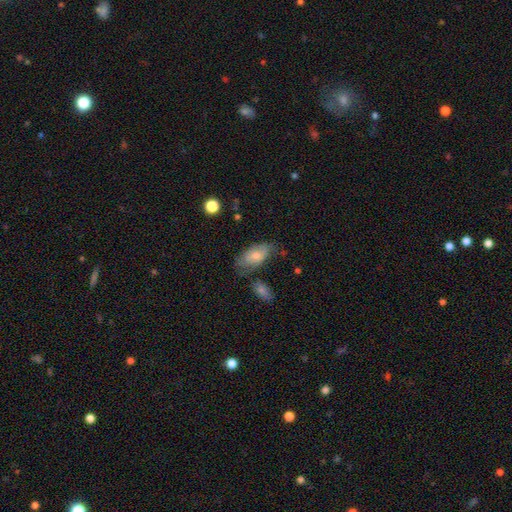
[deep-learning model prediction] A smooth galaxy with no disk features (59%) that is in between round and cigar-shaped (89%).

Vote fractions:
- Smooth or featured? smooth: 59% / featured or disk: 33% / star or artifact: 9%
- How rounded? in between: 89% / cigar-shaped: 7% / round: 4%
- Merging? none: 60% / minor disturbance: 25% / major disturbance: 8% / merger: 8%